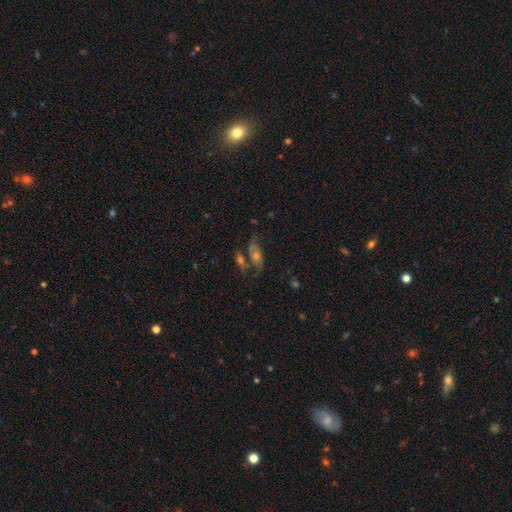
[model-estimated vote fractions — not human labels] Morphology: type=featured or disk (55%); edge-on=no (86%); merging=none (41%).